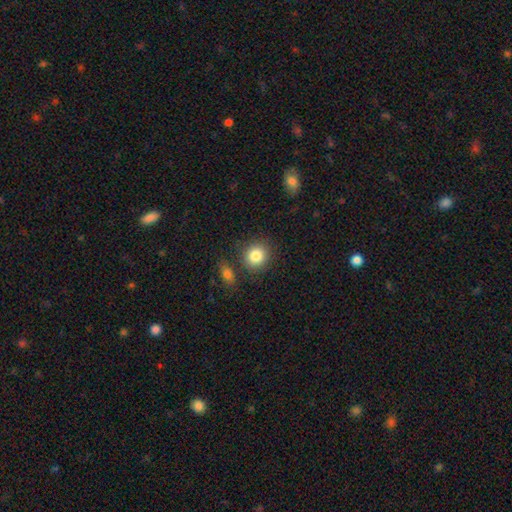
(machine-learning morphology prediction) This appears to be a smooth galaxy with no disk features (85%) that is round (83%). Merging: none (79%).